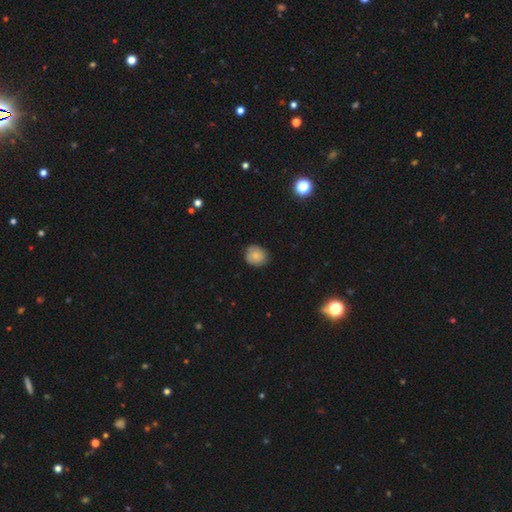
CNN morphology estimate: smooth_or_featured: smooth (p=0.78) [alt: featured or disk p=0.14]
how_rounded: round (p=0.84) [alt: in between p=0.15]
merging: none (p=0.83) [alt: minor disturbance p=0.14]